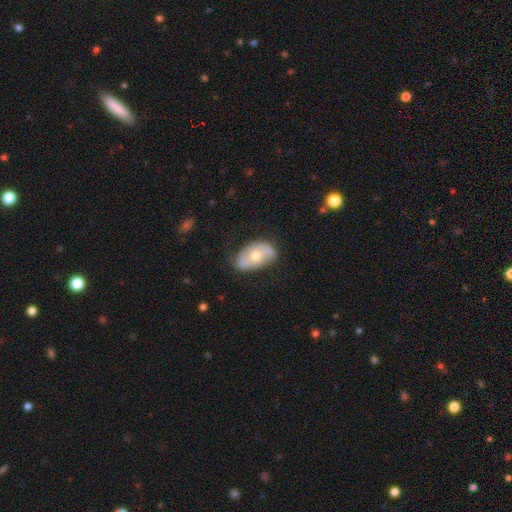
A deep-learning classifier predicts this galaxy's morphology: Smooth or featured?
  - featured or disk: 47% * (tied)
  - smooth: 47% * (tied)
  - star or artifact: 6%
Merging?
  - none: 70% *
  - minor disturbance: 23%
  - major disturbance: 5%
  - merger: 2%